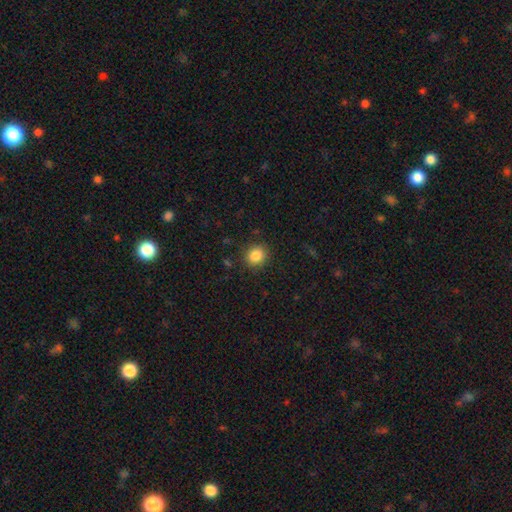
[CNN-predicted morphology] The model was most divided on "how rounded": round: 82%, in between: 17%, cigar-shaped: 1%. More confident: merging — none (89%); smooth or featured — smooth (85%).